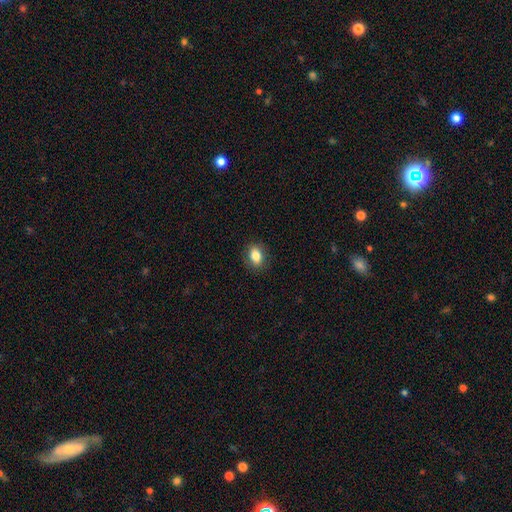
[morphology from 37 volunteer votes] Overall: smooth (81%). How rounded: in between (90%). Merging: none (88%).